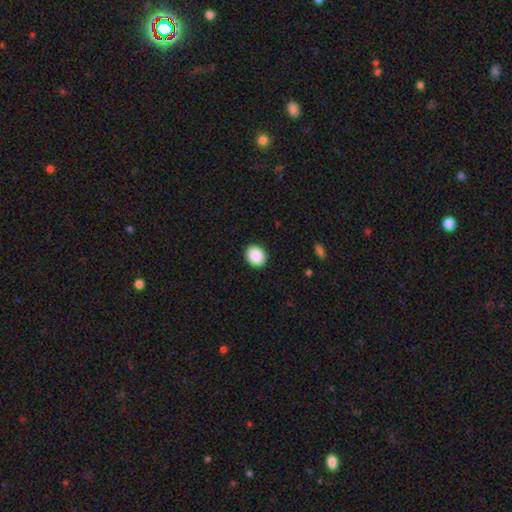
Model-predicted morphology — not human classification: A smooth galaxy with no disk features (89%) that is round (52%). Merging: none (91%).